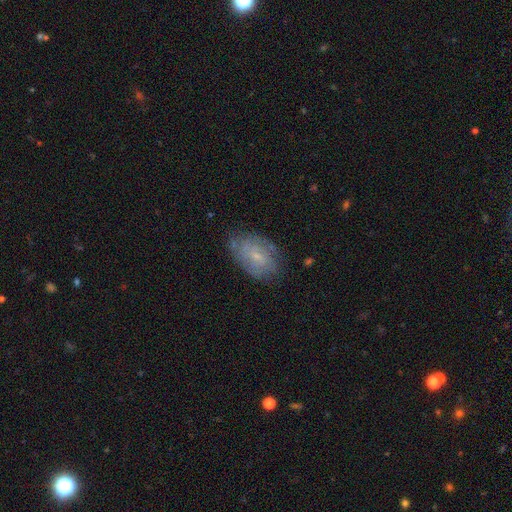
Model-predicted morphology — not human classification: type=featured or disk (60%); edge-on=no (96%); bar=no (61%); spiral arms=yes (80%); bulge=small (73%); merging=none (70%).